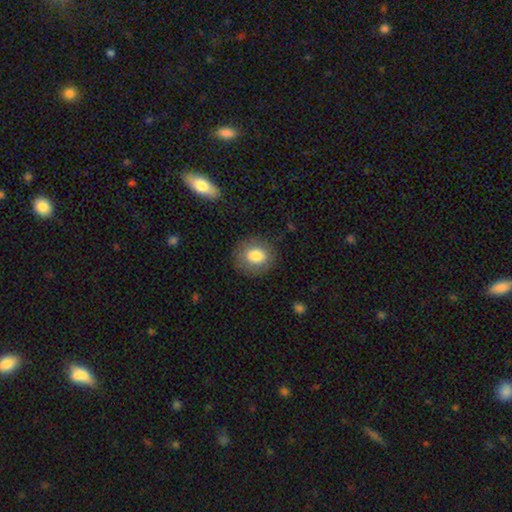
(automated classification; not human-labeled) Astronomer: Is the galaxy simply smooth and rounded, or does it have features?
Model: smooth — 81%.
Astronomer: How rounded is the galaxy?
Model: round — 74%.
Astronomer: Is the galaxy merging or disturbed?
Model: none — 84%.